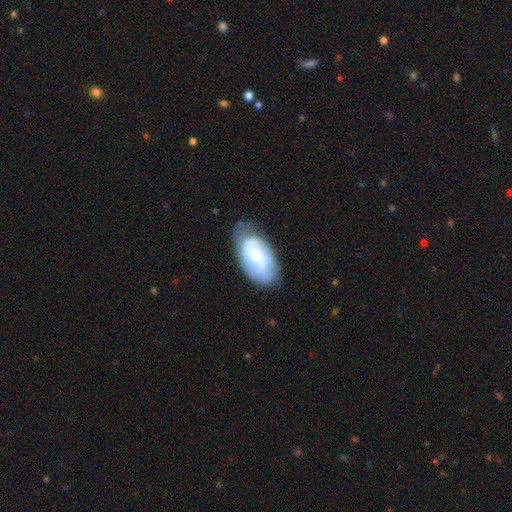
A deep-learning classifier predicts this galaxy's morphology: Smooth or featured? featured or disk (54%)
Edge-on disk? no (96%)
Bar? no (67%)
Spiral arms? yes (78%)
Bulge size? small (48%)
Merging? none (57%)